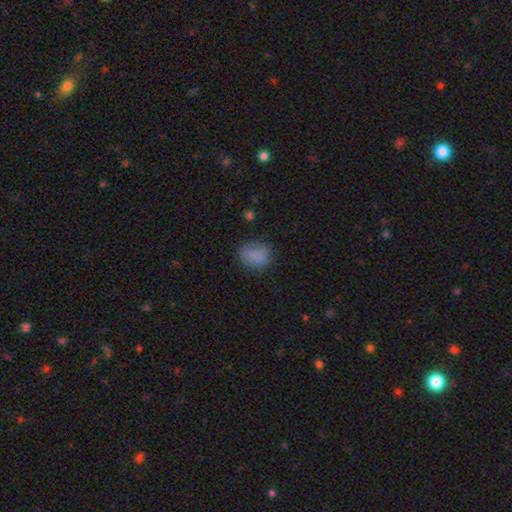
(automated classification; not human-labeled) Smooth or featured: smooth — 83% (star or artifact — 10%)
How rounded: round — 56% (in between — 43%)
Merging: none — 73% (minor disturbance — 19%)